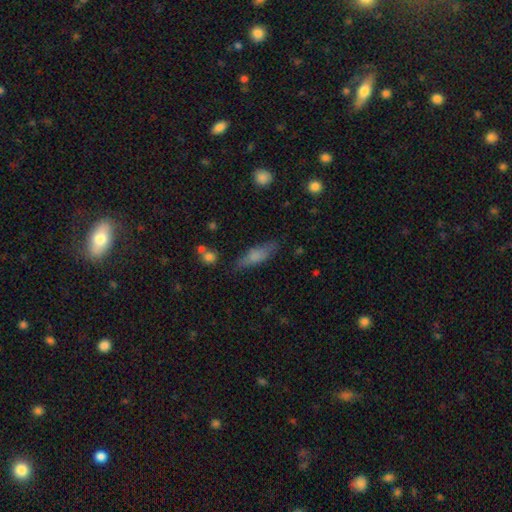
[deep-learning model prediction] This appears to be a smooth galaxy with no disk features (67%) that is cigar-shaped (53%). Merging: none (74%).